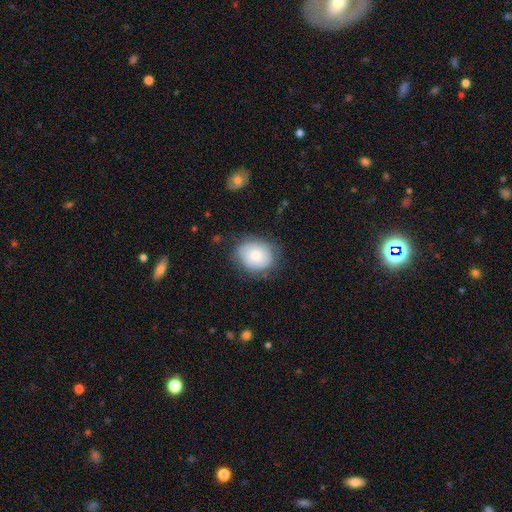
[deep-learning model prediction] A smooth galaxy with no disk features (69%) that is round (56%).

Vote fractions:
- Smooth or featured? smooth: 69% / featured or disk: 23% / star or artifact: 7%
- How rounded? round: 56% / in between: 43% / cigar-shaped: 1%
- Merging? none: 72% / minor disturbance: 20% / major disturbance: 6% / merger: 1%